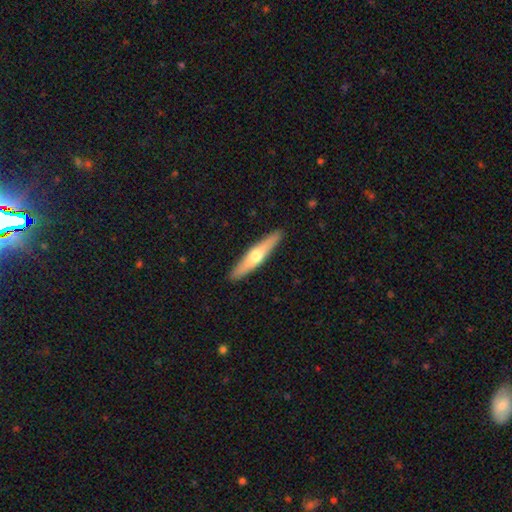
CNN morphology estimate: This appears to be a featured or disk galaxy (51%) viewed edge-on (93%). Merging: none (91%).